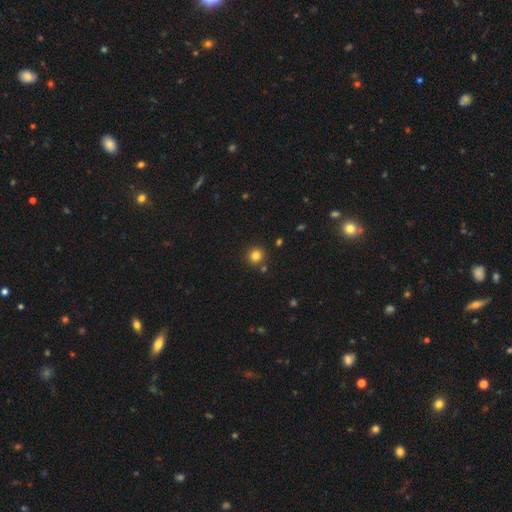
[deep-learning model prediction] Smooth or featured? Predicted: smooth (p=0.82). How rounded? Predicted: round (p=0.91). Merging? Predicted: none (p=0.85).